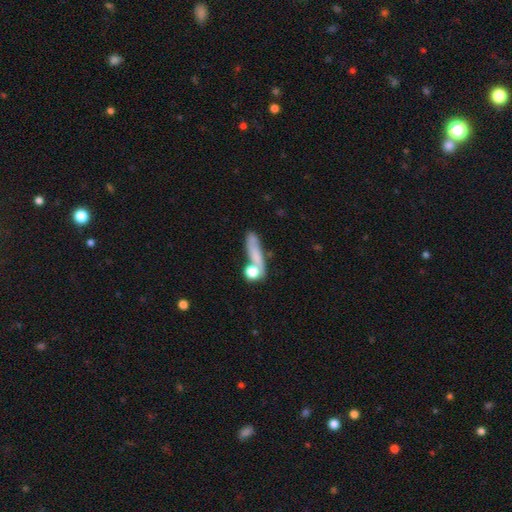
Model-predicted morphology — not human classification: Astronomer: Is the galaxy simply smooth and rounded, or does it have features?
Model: smooth — 65%.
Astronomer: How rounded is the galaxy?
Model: cigar-shaped — 55%.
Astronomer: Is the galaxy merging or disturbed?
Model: none — 46% (runner-up: merger, 23%).